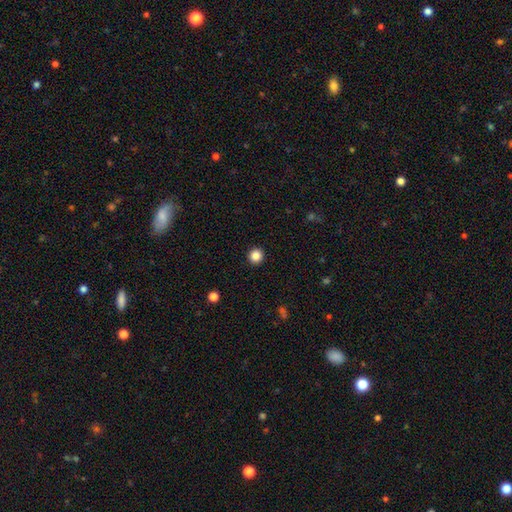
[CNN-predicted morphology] smooth 86%, star or artifact 11%, featured or disk 3%. Down the decision tree: how rounded — round (95%); merging — none (93%).